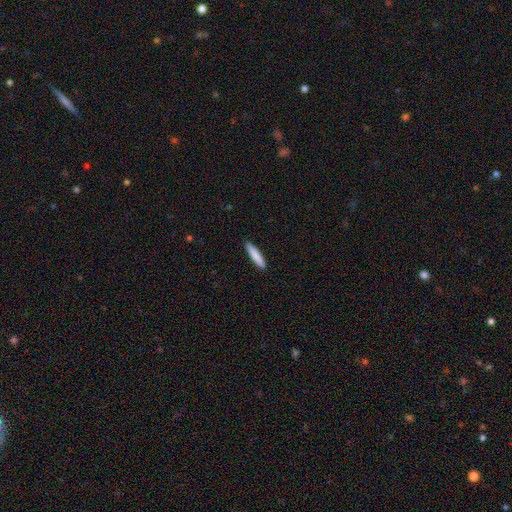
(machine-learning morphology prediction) smooth-or-featured: smooth: 85% | featured or disk: 9% | star or artifact: 5%
  how-rounded: cigar-shaped: 88% | in between: 11% | round: 1%
  merging: none: 91% | minor disturbance: 7% | major disturbance: 1% | merger: 1%